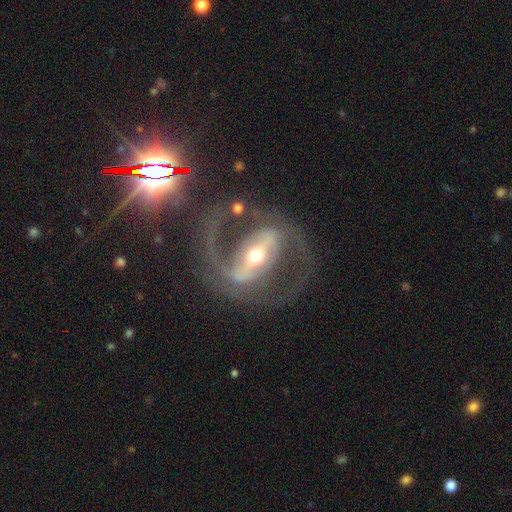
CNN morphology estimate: smooth-or-featured: featured or disk: 89% | smooth: 6% | star or artifact: 5%
  disk-edge-on: no: 95% | yes: 5%
    bar: strong: 69% | weak: 21% | no: 10%
    has-spiral-arms: yes: 87% | no: 13%
      spiral-winding: medium: 54% | loose: 26% | tight: 20%
      spiral-arm-count: 2: 89% | can't tell: 4% | 1: 3% | 3: 2% | 4: 1% | more than 4: 1%
    bulge-size: moderate: 62% | small: 30% | large: 5% | dominant: 1% | none: 1%
  merging: none: 68% | major disturbance: 16% | minor disturbance: 13% | merger: 3%